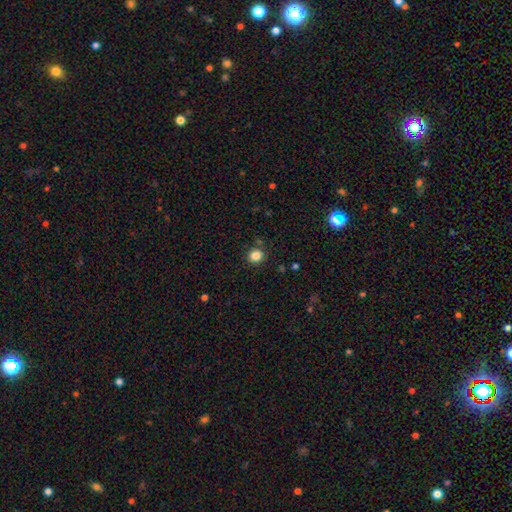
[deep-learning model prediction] Smooth or featured: smooth — 84% (star or artifact — 12%)
How rounded: round — 80% (in between — 19%)
Merging: none — 86% (minor disturbance — 8%)